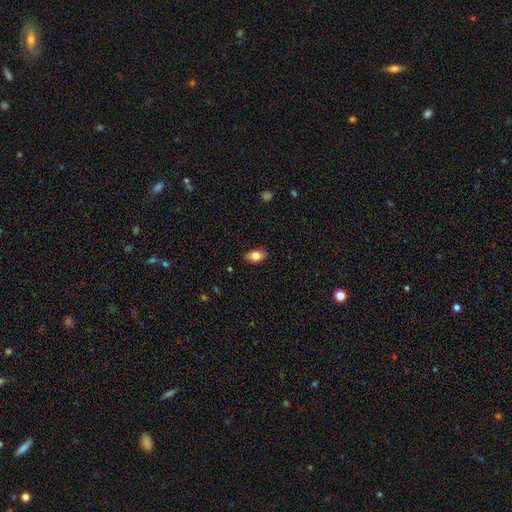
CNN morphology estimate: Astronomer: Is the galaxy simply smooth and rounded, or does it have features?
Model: smooth — 79%.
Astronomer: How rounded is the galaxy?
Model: in between — 87%.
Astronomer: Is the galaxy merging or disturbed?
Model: none — 86%.